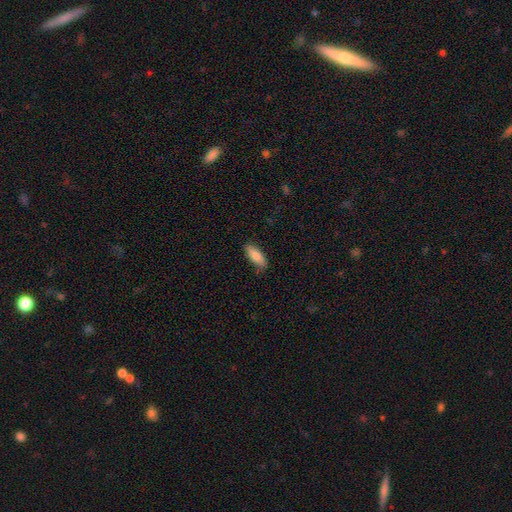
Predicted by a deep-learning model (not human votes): This appears to be a smooth galaxy with no disk features (86%) that is in between round and cigar-shaped (75%). Merging: none (83%).